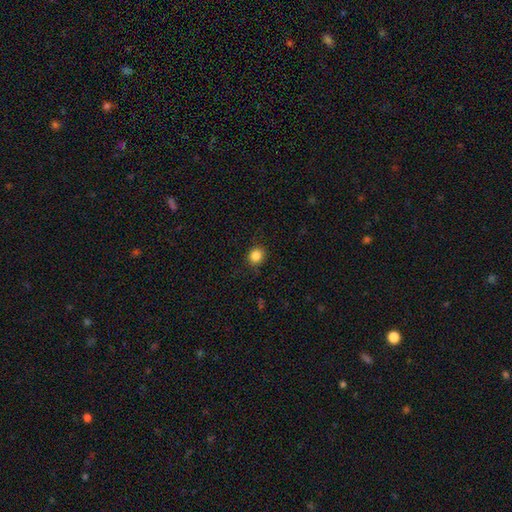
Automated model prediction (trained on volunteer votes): This is clearly a smooth galaxy (85%). How rounded: likely round (79%). Merging: clearly none (87%).